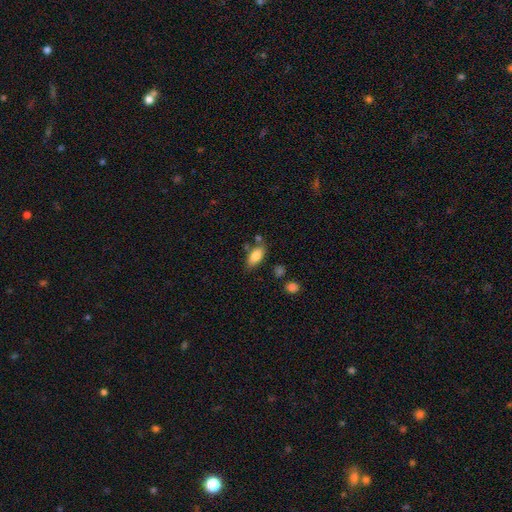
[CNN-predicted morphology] This appears to be a smooth galaxy with no disk features (79%) that is in between round and cigar-shaped (88%). Merging: none (71%).